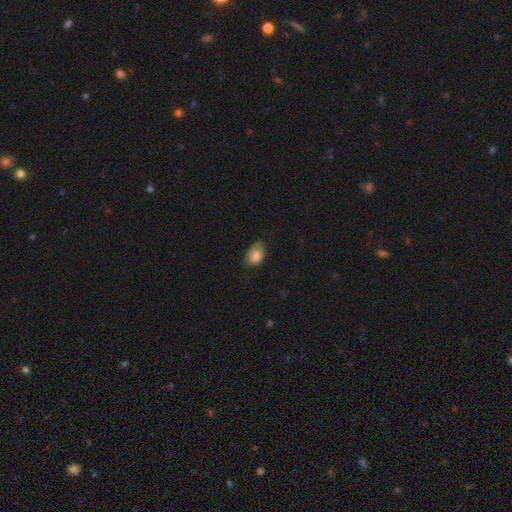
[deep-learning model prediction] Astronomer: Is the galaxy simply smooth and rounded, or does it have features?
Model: smooth — 79%.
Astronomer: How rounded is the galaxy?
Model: in between — 87%.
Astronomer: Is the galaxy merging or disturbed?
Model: none — 54% (runner-up: minor disturbance, 35%).